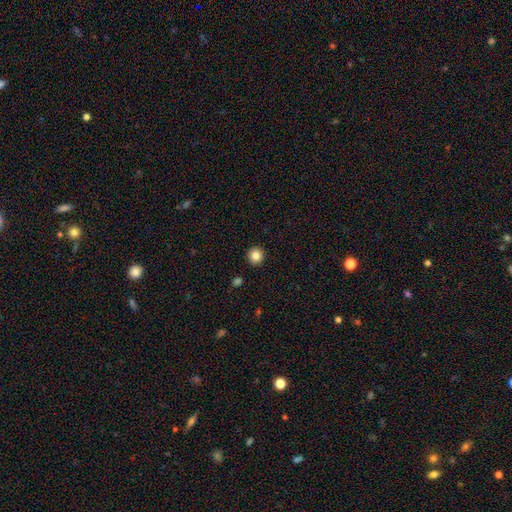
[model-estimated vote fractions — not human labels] Morphology: type=smooth (84%); roundness=round (94%); merging=none (93%).